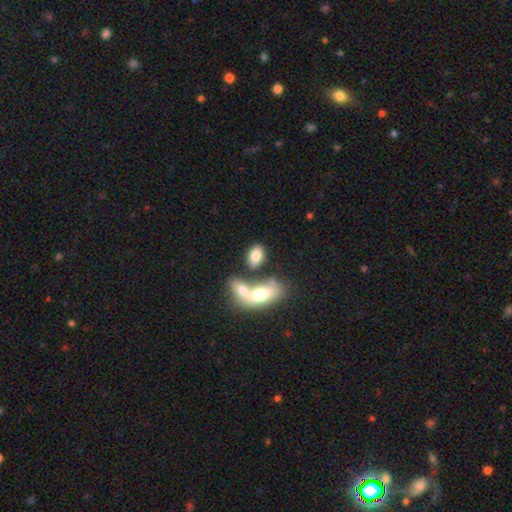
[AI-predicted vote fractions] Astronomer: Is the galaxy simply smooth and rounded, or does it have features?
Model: smooth — 78%.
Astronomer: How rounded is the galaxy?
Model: in between — 89%.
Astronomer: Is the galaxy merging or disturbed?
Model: none — 53% (runner-up: merger, 30%).